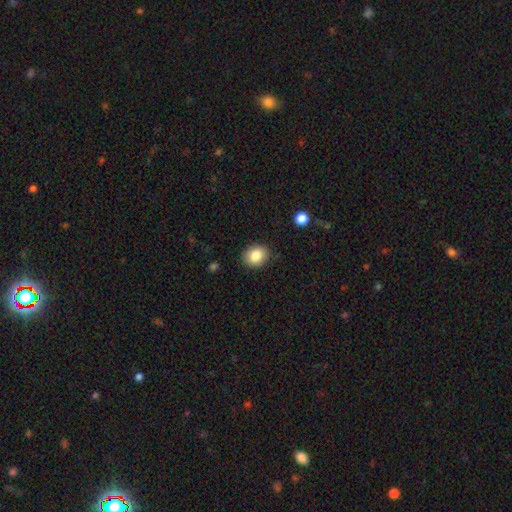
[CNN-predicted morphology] smooth_or_featured: smooth (p=0.84) [alt: star or artifact p=0.09]
how_rounded: round (p=0.58) [alt: in between p=0.42]
merging: none (p=0.86) [alt: minor disturbance p=0.10]